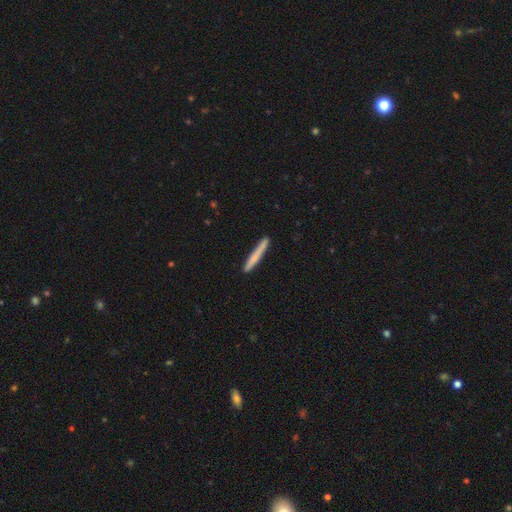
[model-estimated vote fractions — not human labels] Morphology: type=smooth (71%); roundness=cigar-shaped (97%); merging=none (90%).